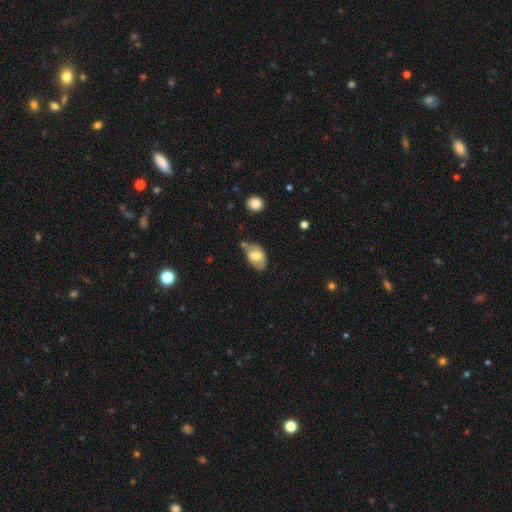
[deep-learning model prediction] This appears to be a smooth galaxy with no disk features (66%) that is in between round and cigar-shaped (88%). Merging: none (47%).